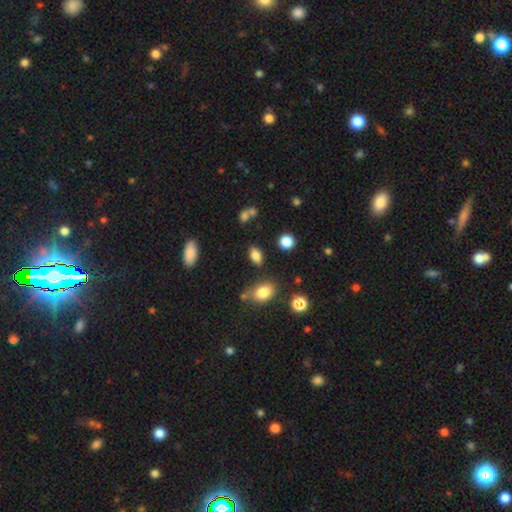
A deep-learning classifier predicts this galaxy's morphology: The model was most divided on "merging": none: 78%, minor disturbance: 12%, merger: 6%, major disturbance: 4%. More confident: how rounded — in between (85%); smooth or featured — smooth (82%).